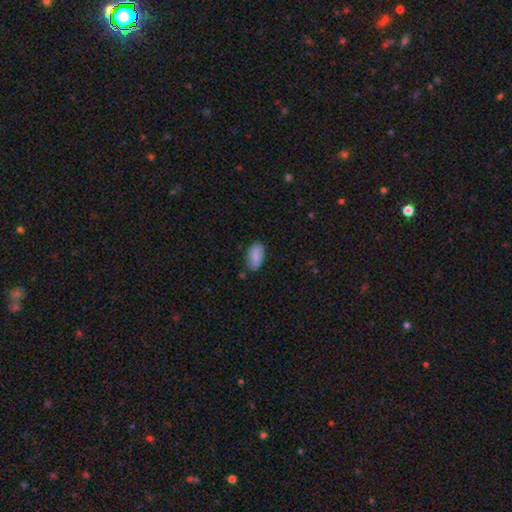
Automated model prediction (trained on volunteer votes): Smooth or featured? Predicted: smooth (p=0.83). How rounded? Predicted: in between (p=0.93). Merging? Predicted: none (p=0.73).